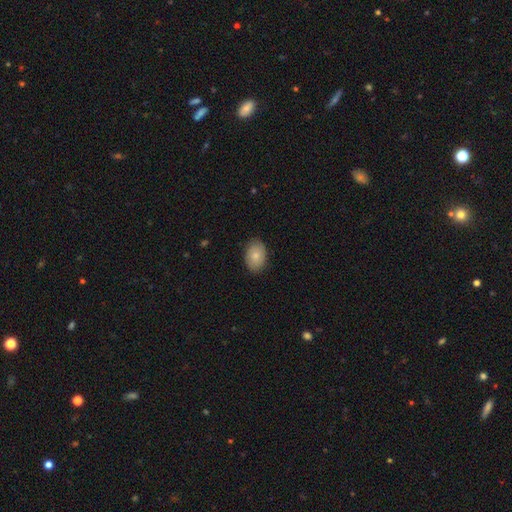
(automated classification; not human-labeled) A smooth galaxy with no disk features (80%) that is in between round and cigar-shaped (87%).

Vote fractions:
- Smooth or featured? smooth: 80% / featured or disk: 14% / star or artifact: 7%
- How rounded? in between: 87% / round: 12% / cigar-shaped: 1%
- Merging? none: 86% / minor disturbance: 11% / major disturbance: 2% / merger: 1%